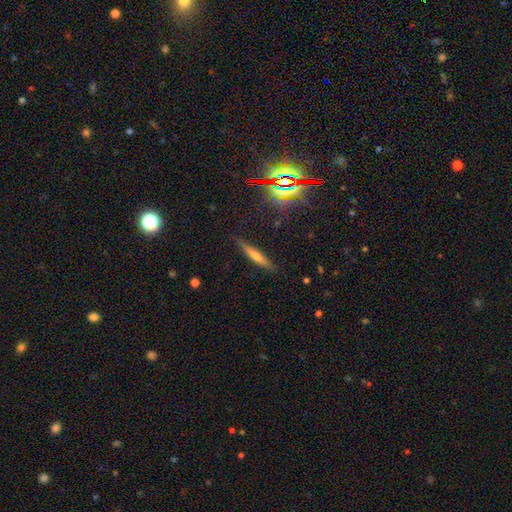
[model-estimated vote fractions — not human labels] smooth-or-featured: smooth: 44% | featured or disk: 40% | star or artifact: 16%
  merging: none: 86% | minor disturbance: 10% | major disturbance: 2% | merger: 2%